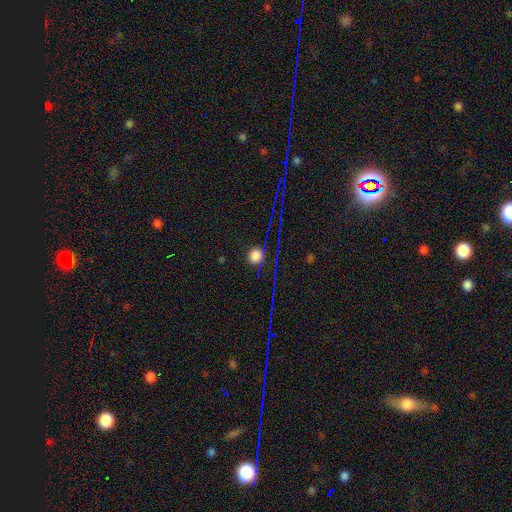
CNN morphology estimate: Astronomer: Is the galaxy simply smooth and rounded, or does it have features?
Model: smooth — 69%.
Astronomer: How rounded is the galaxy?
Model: round — 88%.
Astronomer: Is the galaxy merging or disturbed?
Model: none — 83%.